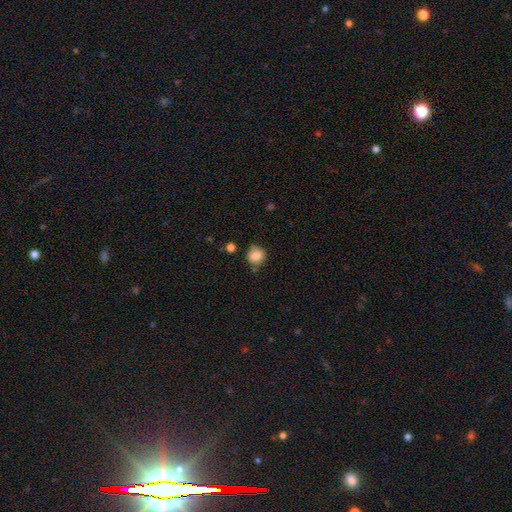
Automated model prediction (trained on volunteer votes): Smooth or featured: smooth — 79% (featured or disk — 11%)
How rounded: round — 67% (in between — 32%)
Merging: none — 62% (minor disturbance — 25%)